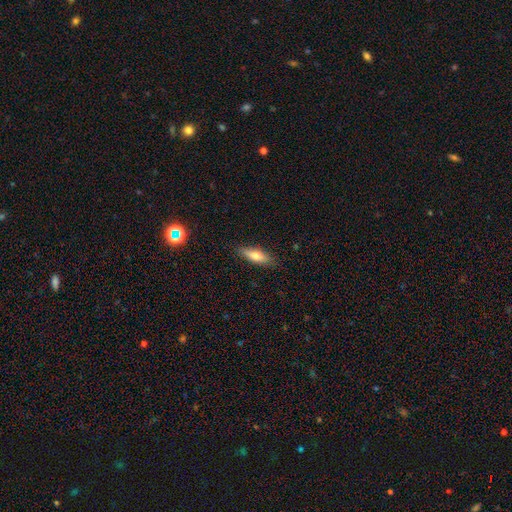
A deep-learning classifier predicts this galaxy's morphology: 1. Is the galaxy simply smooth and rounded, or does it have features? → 68% smooth, 25% featured or disk, 7% star or artifact.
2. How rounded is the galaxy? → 51% cigar-shaped, 47% in between, 2% round.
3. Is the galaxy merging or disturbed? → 85% none, 11% minor disturbance, 2% major disturbance, 1% merger.